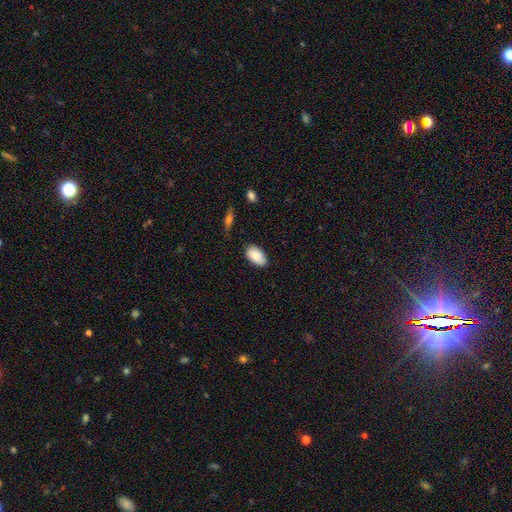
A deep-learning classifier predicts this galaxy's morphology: This is clearly a smooth galaxy (86%). How rounded: clearly in between (94%). Merging: likely none (79%).